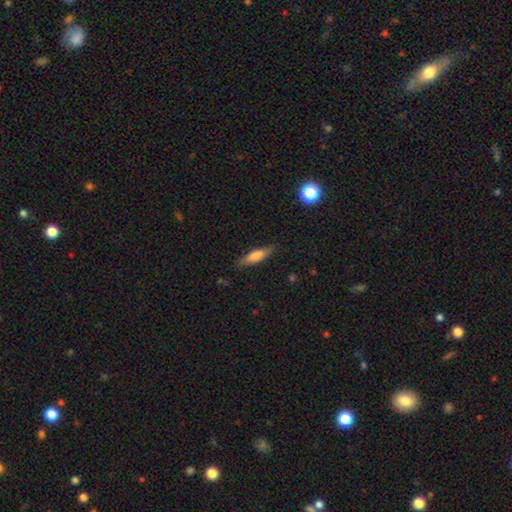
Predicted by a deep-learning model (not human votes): Q: Smooth or featured?
A: smooth (70%); runner-up: featured or disk (23%)
Q: How rounded?
A: cigar-shaped (69%); runner-up: in between (29%)
Q: Merging?
A: none (83%); runner-up: minor disturbance (13%)